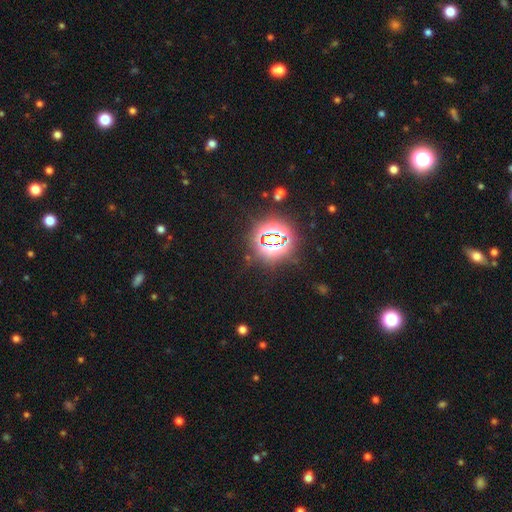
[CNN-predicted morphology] This appears to be a star or artifact, not a galaxy (81%).